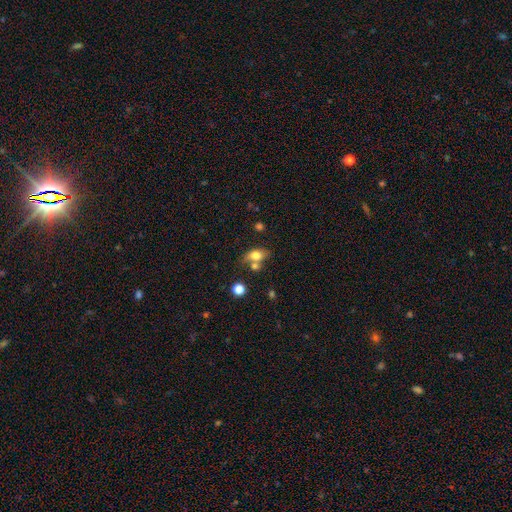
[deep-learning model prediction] smooth-or-featured: smooth: 73% | featured or disk: 17% | star or artifact: 10%
  how-rounded: in between: 74% | round: 21% | cigar-shaped: 5%
  merging: none: 47% | merger: 30% | minor disturbance: 16% | major disturbance: 7%